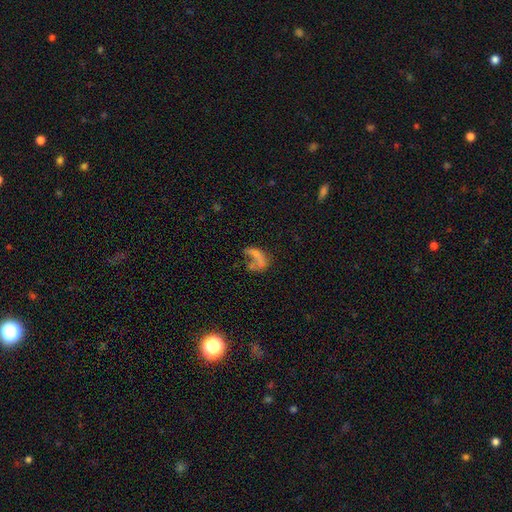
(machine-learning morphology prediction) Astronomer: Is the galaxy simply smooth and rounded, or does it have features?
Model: smooth — 41% (runner-up: featured or disk, 38%).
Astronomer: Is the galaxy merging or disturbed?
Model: major disturbance — 40% (runner-up: none, 27%).